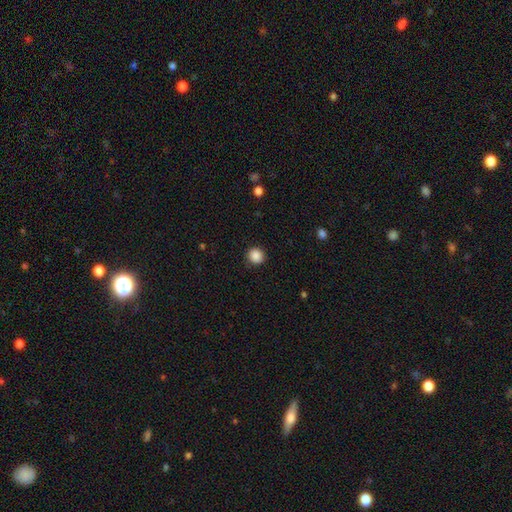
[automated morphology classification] Q: Smooth or featured?
A: smooth (87%); runner-up: star or artifact (10%)
Q: How rounded?
A: round (90%); runner-up: in between (9%)
Q: Merging?
A: none (90%); runner-up: minor disturbance (7%)